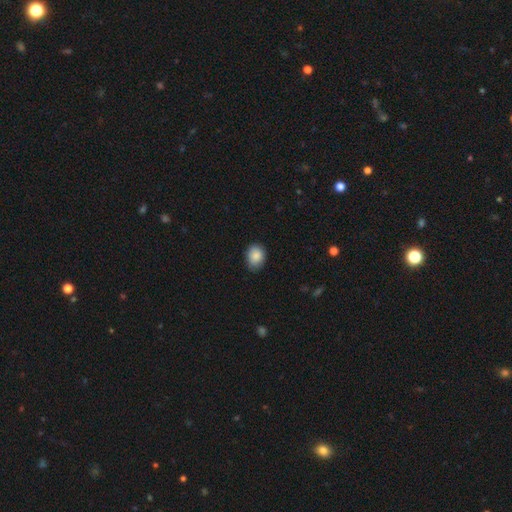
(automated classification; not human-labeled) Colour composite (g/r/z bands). It shows a smooth galaxy with no disk features (88%) that is in between round and cigar-shaped (62%). Merging: none (76%).